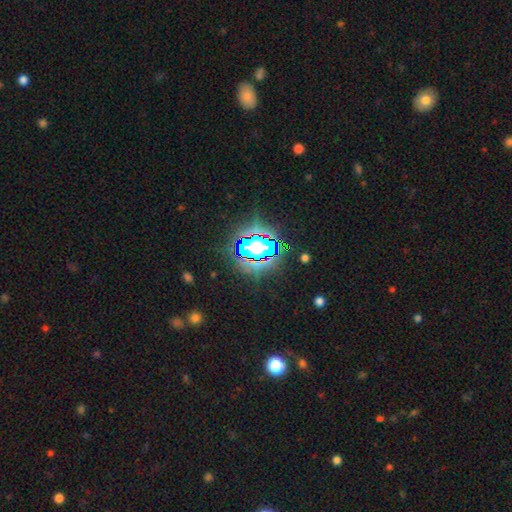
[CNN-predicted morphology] A star or artifact, not a galaxy (78%).

Vote fractions:
- Smooth or featured? star or artifact: 78% / smooth: 13% / featured or disk: 9%